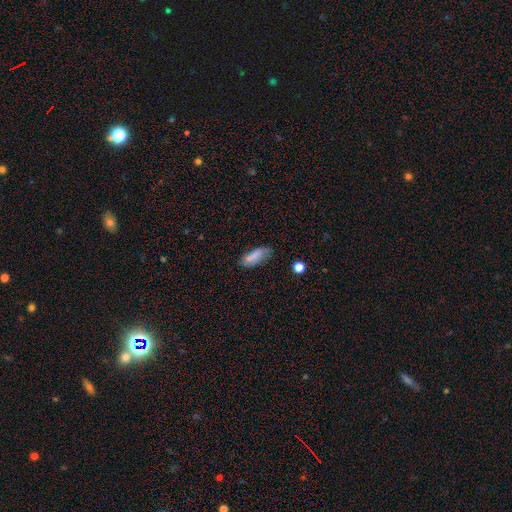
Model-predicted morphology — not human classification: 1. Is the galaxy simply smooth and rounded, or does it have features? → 80% smooth, 11% featured or disk, 8% star or artifact.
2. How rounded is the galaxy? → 70% in between, 28% cigar-shaped, 2% round.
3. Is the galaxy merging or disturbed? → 62% none, 27% minor disturbance, 8% major disturbance, 3% merger.